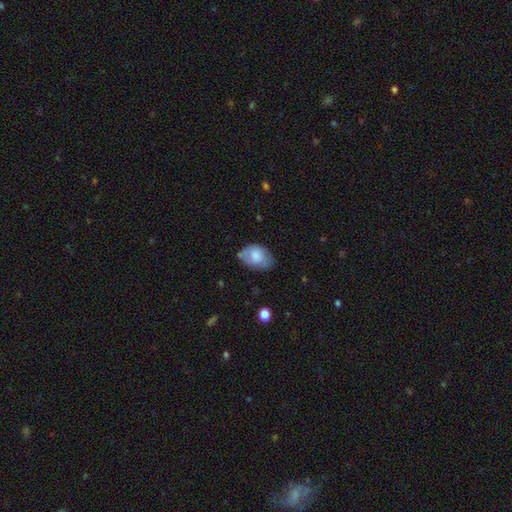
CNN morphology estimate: smooth_or_featured: smooth (p=0.73) [alt: featured or disk p=0.20]
how_rounded: in between (p=0.83) [alt: round p=0.16]
merging: none (p=0.59) [alt: minor disturbance p=0.31]